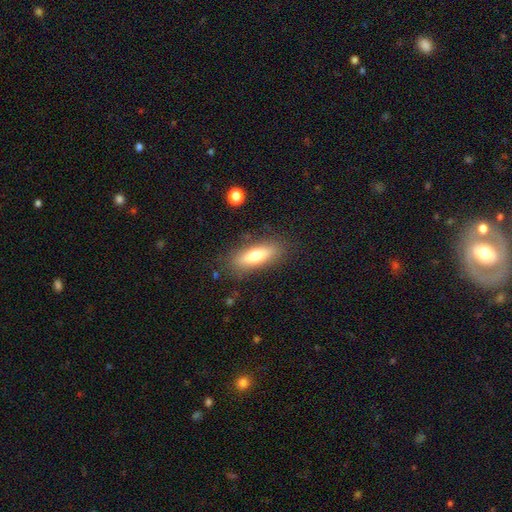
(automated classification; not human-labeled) Smooth or featured? Predicted: smooth (p=0.73). How rounded? Predicted: in between (p=0.55). Merging? Predicted: none (p=0.83).